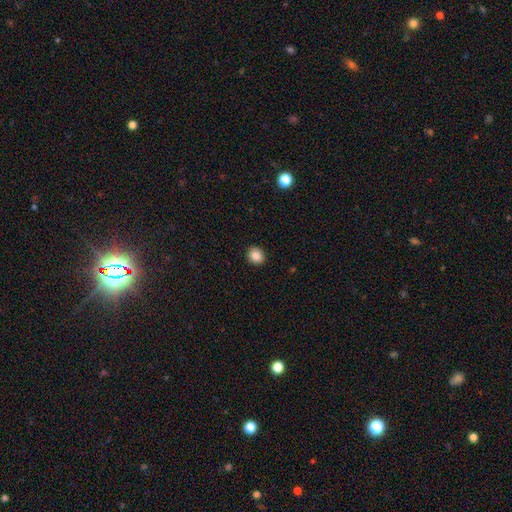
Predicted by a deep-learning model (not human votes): Smooth or featured?
  - smooth: 86% *
  - star or artifact: 10%
  - featured or disk: 5%
How rounded?
  - round: 78% *
  - in between: 21%
  - cigar-shaped: 1%
Merging?
  - none: 92% *
  - minor disturbance: 5%
  - major disturbance: 2%
  - merger: 1%